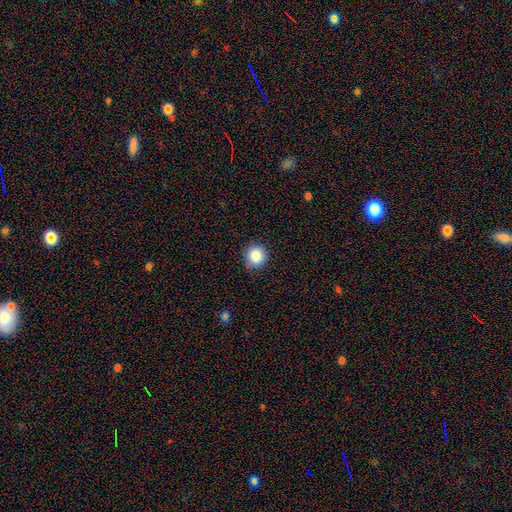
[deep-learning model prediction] This is clearly a smooth galaxy (84%). How rounded: clearly round (90%). Merging: clearly none (86%).